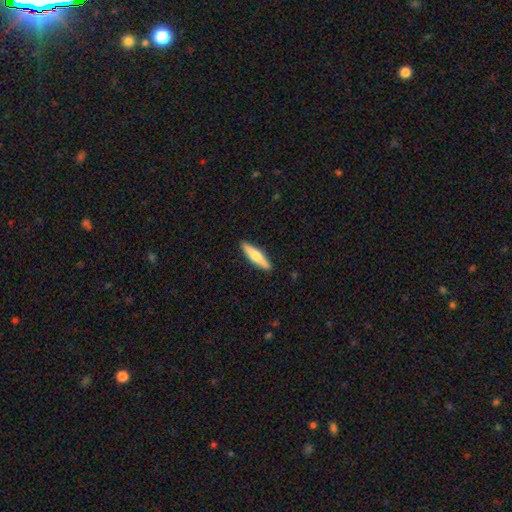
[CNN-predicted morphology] Smooth or featured?
  - smooth: 52% *
  - featured or disk: 43%
  - star or artifact: 5%
How rounded?
  - cigar-shaped: 80% *
  - in between: 18%
  - round: 2%
Merging?
  - none: 91% *
  - minor disturbance: 6%
  - major disturbance: 1%
  - merger: 1%